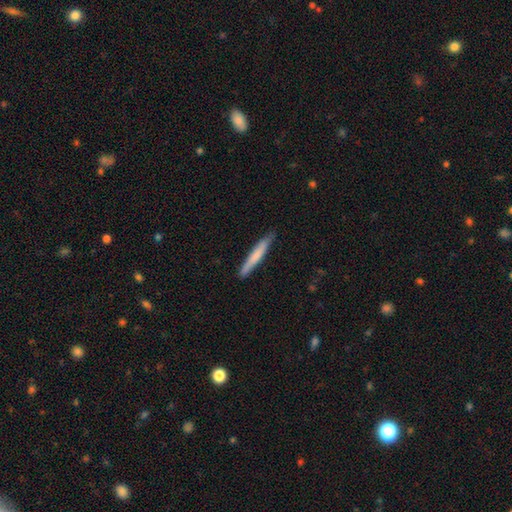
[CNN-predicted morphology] smooth-or-featured: smooth: 67% | featured or disk: 28% | star or artifact: 5%
  how-rounded: cigar-shaped: 96% | in between: 3% | round: 1%
  merging: none: 87% | minor disturbance: 11% | major disturbance: 2% | merger: 1%